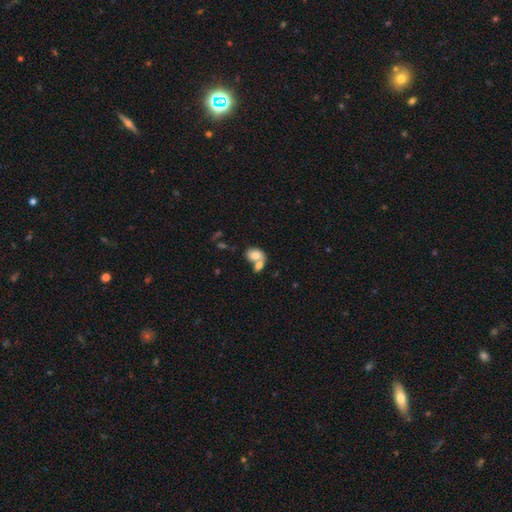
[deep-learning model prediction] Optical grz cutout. It shows a smooth galaxy with no disk features (75%) that is in between round and cigar-shaped (82%). Merging: merger (65%).